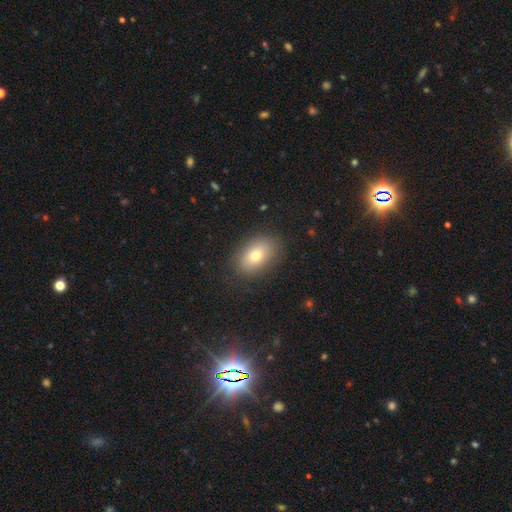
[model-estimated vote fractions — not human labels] smooth_or_featured: smooth (p=0.74) [alt: featured or disk p=0.16]
how_rounded: in between (p=0.85) [alt: round p=0.14]
merging: none (p=0.85) [alt: minor disturbance p=0.10]